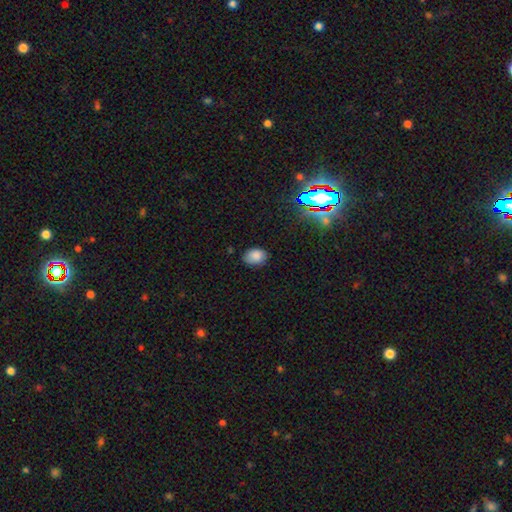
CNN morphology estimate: Overall: smooth (84%). How rounded: in between (76%). Merging: none (77%).